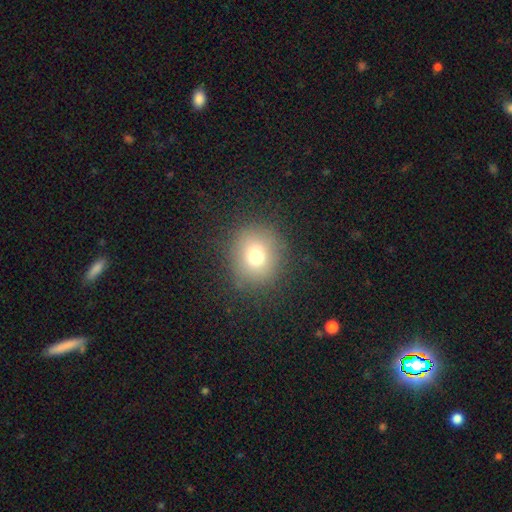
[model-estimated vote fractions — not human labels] smooth 74%, star or artifact 15%, featured or disk 11%. Down the decision tree: how rounded — round (86%); merging — none (86%).